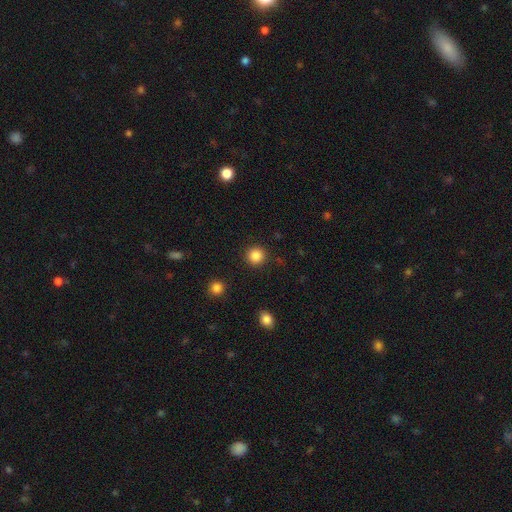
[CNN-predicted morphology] smooth-or-featured: smooth: 86% | star or artifact: 10% | featured or disk: 3%
  how-rounded: round: 94% | in between: 5% | cigar-shaped: 1%
  merging: none: 91% | minor disturbance: 5% | major disturbance: 2% | merger: 1%